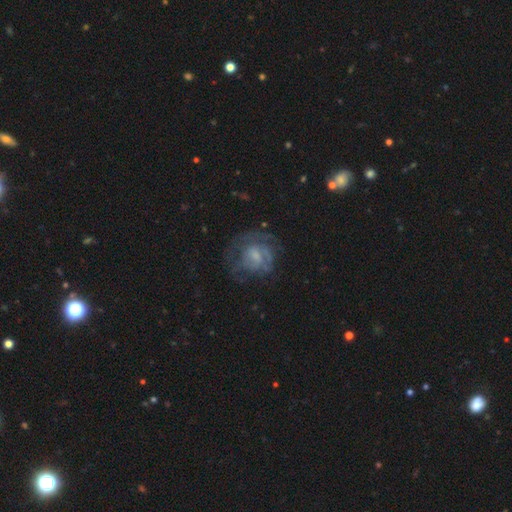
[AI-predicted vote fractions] Smooth or featured?
  - featured or disk: 62% *
  - smooth: 28%
  - star or artifact: 11%
Edge-on disk?
  - no: 97% *
  - yes: 3%
Bar?
  - no: 58% *
  - weak: 35%
  - strong: 6%
Spiral arms?
  - yes: 67% *
  - no: 33%
Bulge size?
  - small: 44% *
  - moderate: 29%
  - none: 21%
  - large: 5%
  - dominant: 1%
Merging?
  - none: 54% *
  - major disturbance: 24%
  - minor disturbance: 20%
  - merger: 2%